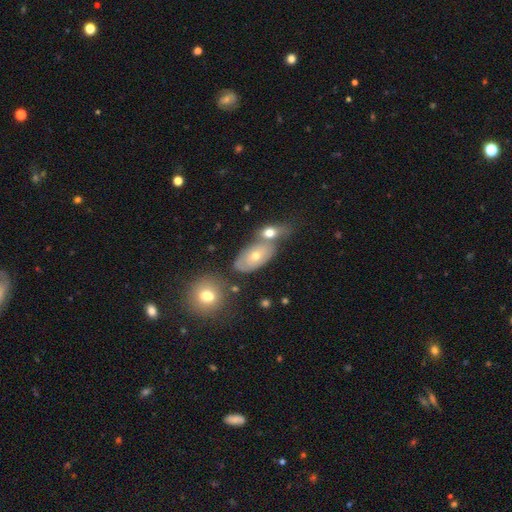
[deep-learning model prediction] This is possibly a featured or disk galaxy (49%). Merging: possibly none (53%).